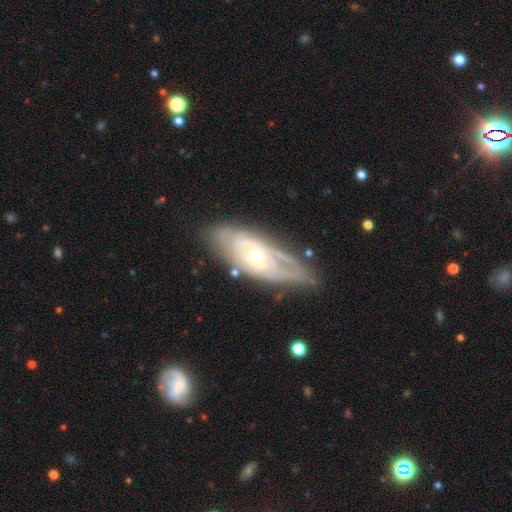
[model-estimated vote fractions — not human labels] smooth_or_featured: featured or disk (p=0.77) [alt: smooth p=0.17]
disk_edge_on: no (p=0.83) [alt: yes p=0.17]
bar: no (p=0.74) [alt: weak p=0.20]
has_spiral_arms: yes (p=0.76) [alt: no p=0.24]
bulge_size: small (p=0.50) [alt: moderate p=0.46]
merging: none (p=0.68) [alt: minor disturbance p=0.22]